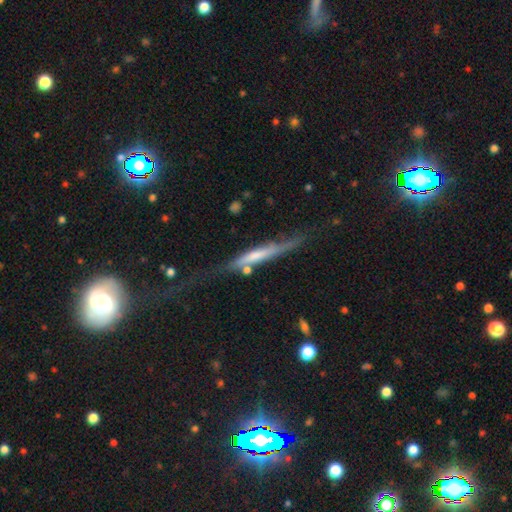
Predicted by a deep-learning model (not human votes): featured or disk 56%, smooth 38%, star or artifact 6%. Down the decision tree: edge-on disk — yes (85%); merging — none (49%).